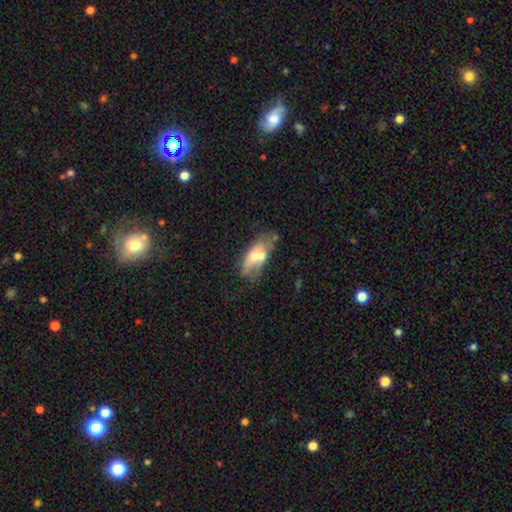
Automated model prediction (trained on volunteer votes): Overall: smooth (50%; featured or disk 43%). Merging: merger (38%; none 32%).